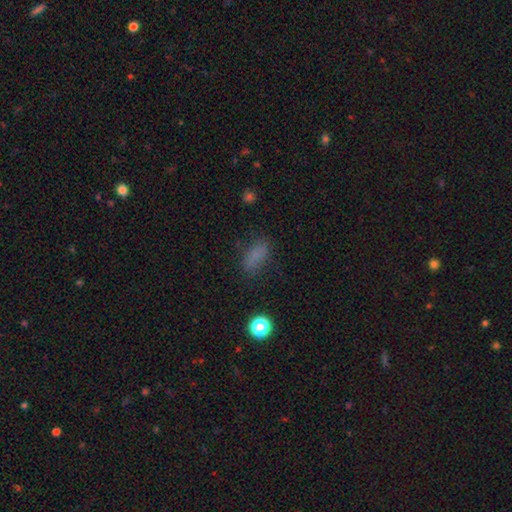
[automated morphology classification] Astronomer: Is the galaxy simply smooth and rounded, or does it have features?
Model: smooth — 76%.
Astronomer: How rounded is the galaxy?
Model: in between — 82%.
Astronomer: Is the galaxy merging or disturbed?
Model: none — 73%.